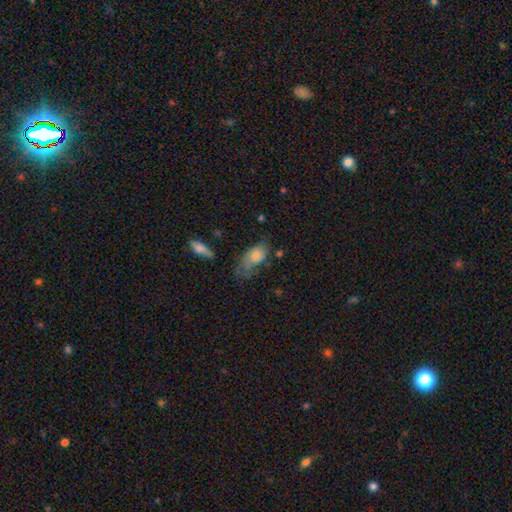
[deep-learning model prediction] A smooth galaxy with no disk features (68%) that is in between round and cigar-shaped (87%).

Vote fractions:
- Smooth or featured? smooth: 68% / featured or disk: 23% / star or artifact: 9%
- How rounded? in between: 87% / round: 7% / cigar-shaped: 6%
- Merging? none: 34% / minor disturbance: 32% / major disturbance: 29% / merger: 5%